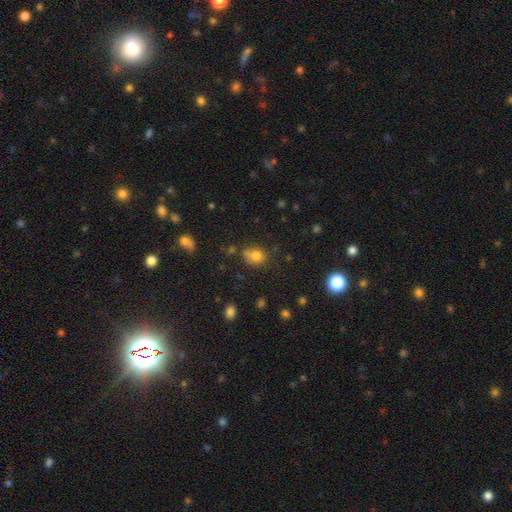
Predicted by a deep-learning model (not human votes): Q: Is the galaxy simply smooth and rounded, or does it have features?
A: smooth — 76%.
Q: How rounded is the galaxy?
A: round — 64%.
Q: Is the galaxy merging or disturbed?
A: none — 53%.